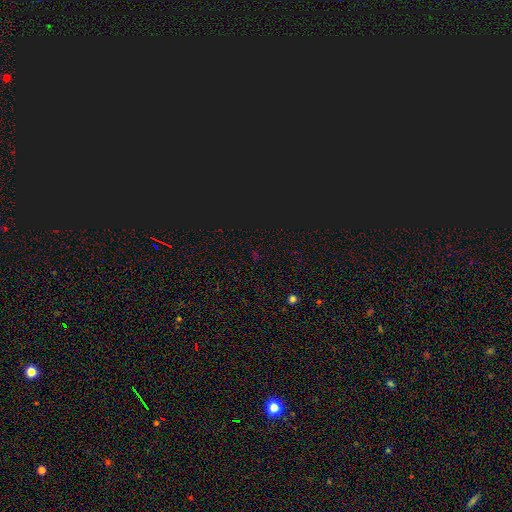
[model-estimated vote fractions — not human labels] star or artifact 75%, smooth 18%, featured or disk 7%.